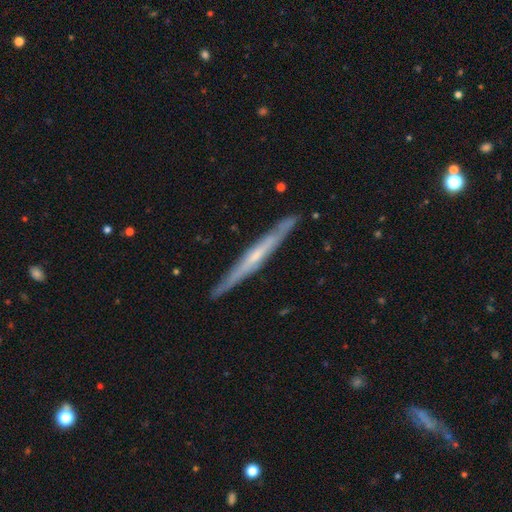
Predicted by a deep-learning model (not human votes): A featured or disk galaxy (67%) viewed edge-on (94%) with no central bulge (59%). Merging: none (88%).